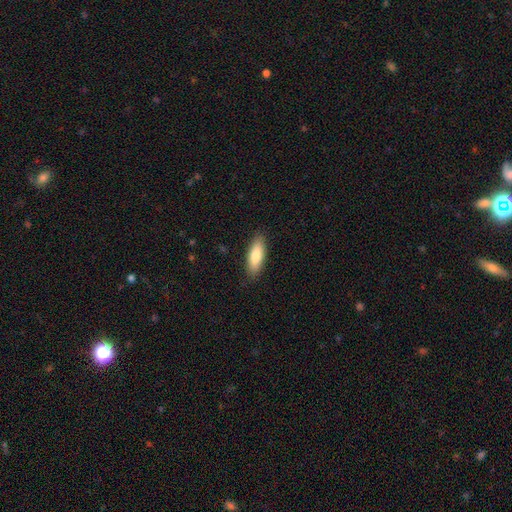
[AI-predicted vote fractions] This is likely a smooth galaxy (78%). How rounded: likely in between (65%). Merging: clearly none (87%).